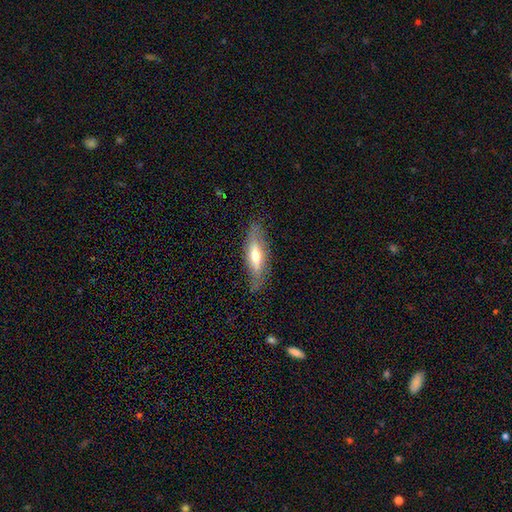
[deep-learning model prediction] Q: Smooth or featured?
A: smooth (50%); runner-up: featured or disk (44%)
Q: How rounded?
A: cigar-shaped (53%); runner-up: in between (45%)
Q: Merging?
A: none (77%); runner-up: minor disturbance (17%)